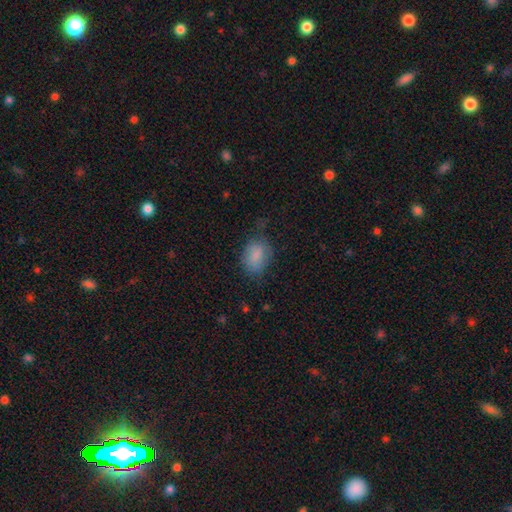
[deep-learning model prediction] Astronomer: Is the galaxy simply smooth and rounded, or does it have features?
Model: smooth — 83%.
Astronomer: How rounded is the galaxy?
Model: in between — 74%.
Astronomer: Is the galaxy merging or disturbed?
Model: none — 59%.